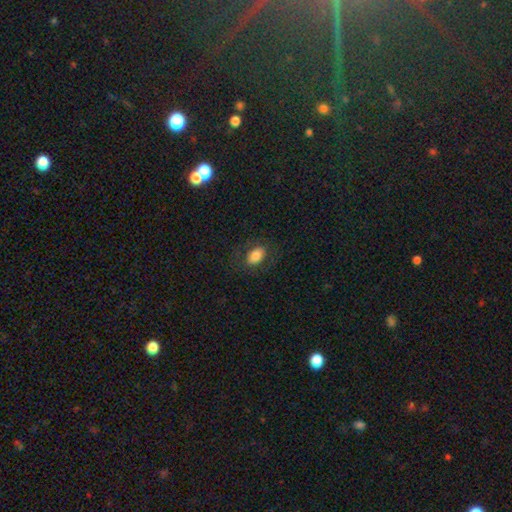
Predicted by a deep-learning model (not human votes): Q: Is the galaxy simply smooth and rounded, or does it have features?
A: smooth — 80%.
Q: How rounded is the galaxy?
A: in between — 87%.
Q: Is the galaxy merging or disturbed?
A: none — 80%.